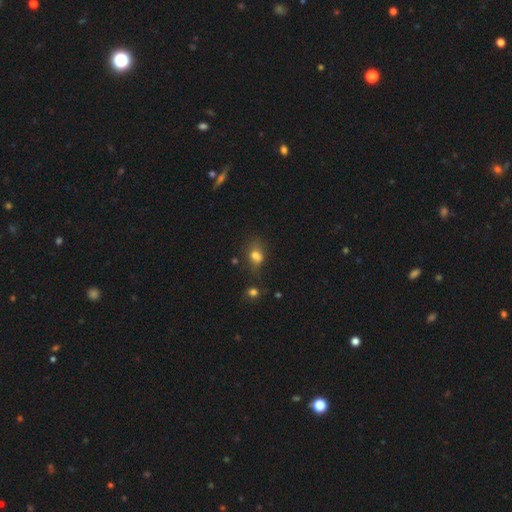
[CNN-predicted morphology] Smooth or featured? Predicted: smooth (p=0.72). How rounded? Predicted: in between (p=0.54). Merging? Predicted: none (p=0.48).